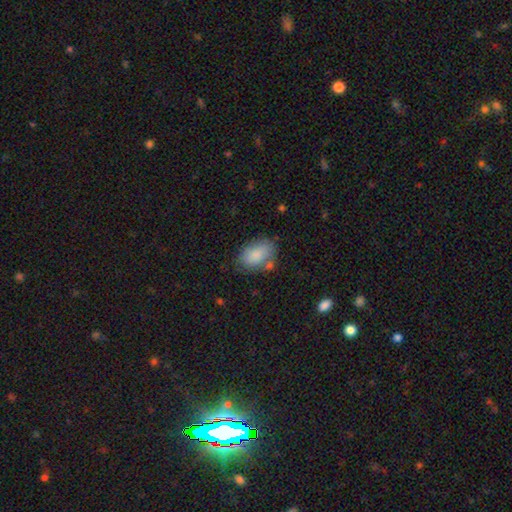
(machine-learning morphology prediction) This is clearly a smooth galaxy (83%). How rounded: clearly in between (90%). Merging: likely none (65%).